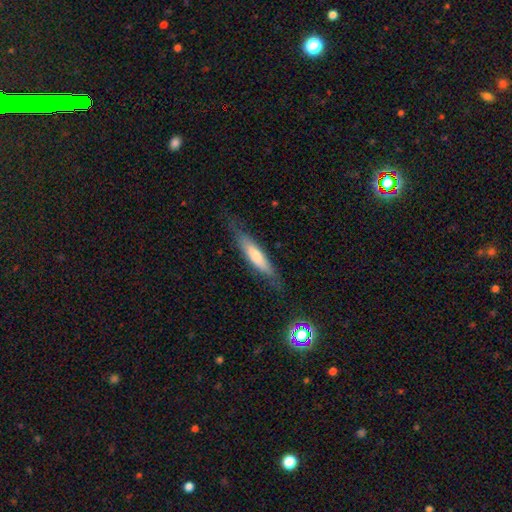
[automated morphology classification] A smooth galaxy with no disk features (59%) that is cigar-shaped (82%). Merging: none (76%).